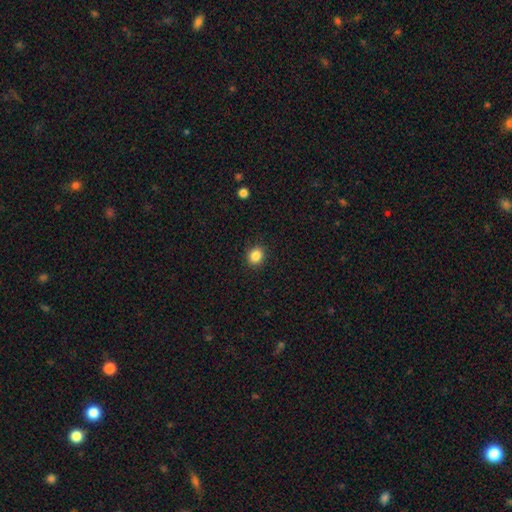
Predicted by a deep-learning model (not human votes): Overall: smooth (86%). How rounded: round (76%). Merging: none (91%).